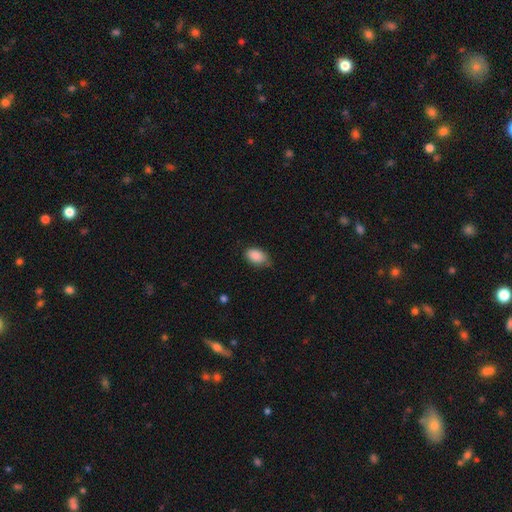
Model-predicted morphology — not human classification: Smooth or featured? smooth (88%)
How rounded? in between (90%)
Merging? none (68%)